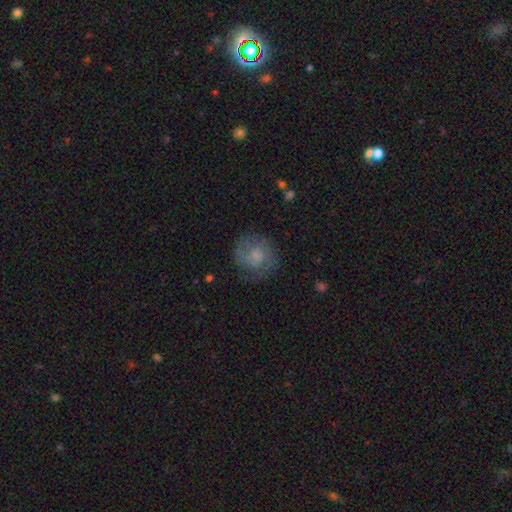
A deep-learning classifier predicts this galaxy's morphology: Smooth or featured: featured or disk — 47% (smooth — 45%)
Merging: none — 71% (minor disturbance — 18%)